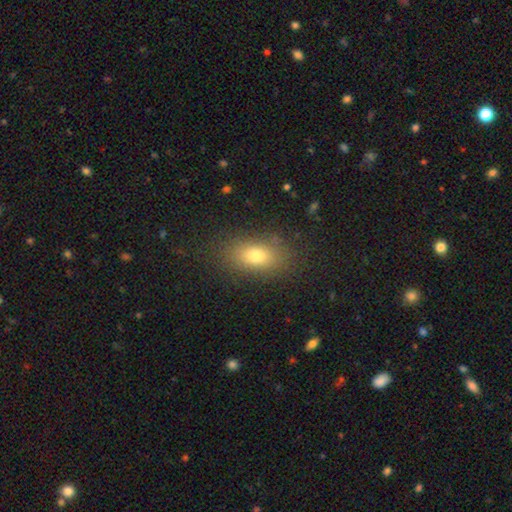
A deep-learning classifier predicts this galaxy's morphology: A smooth galaxy with no disk features (77%) that is in between round and cigar-shaped (84%).

Vote fractions:
- Smooth or featured? smooth: 77% / featured or disk: 12% / star or artifact: 11%
- How rounded? in between: 84% / round: 11% / cigar-shaped: 5%
- Merging? none: 83% / minor disturbance: 11% / major disturbance: 5% / merger: 1%